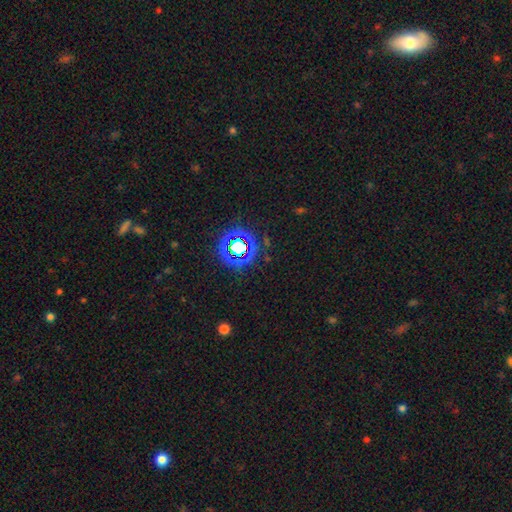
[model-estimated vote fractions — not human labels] star or artifact 75%, smooth 17%, featured or disk 8%.